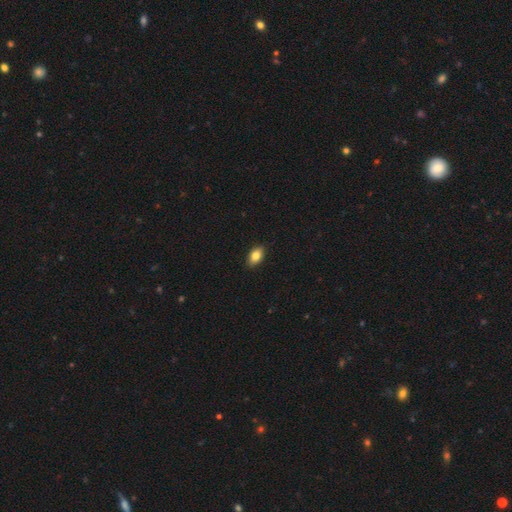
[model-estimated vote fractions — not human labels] A smooth galaxy with no disk features (84%) that is in between round and cigar-shaped (90%). Merging: none (89%).